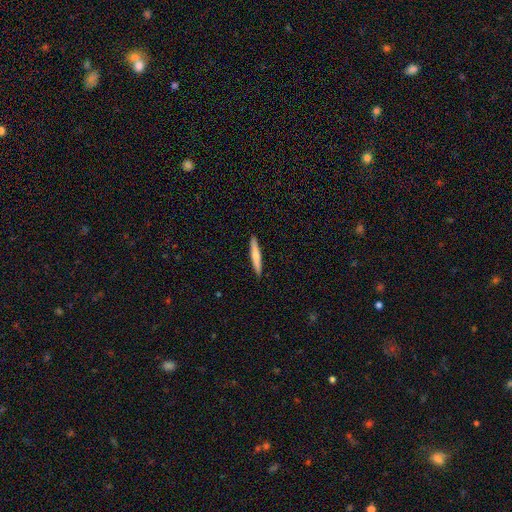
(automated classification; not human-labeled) Overall: smooth (64%; featured or disk 31%). How rounded: cigar-shaped (94%). Merging: none (91%).